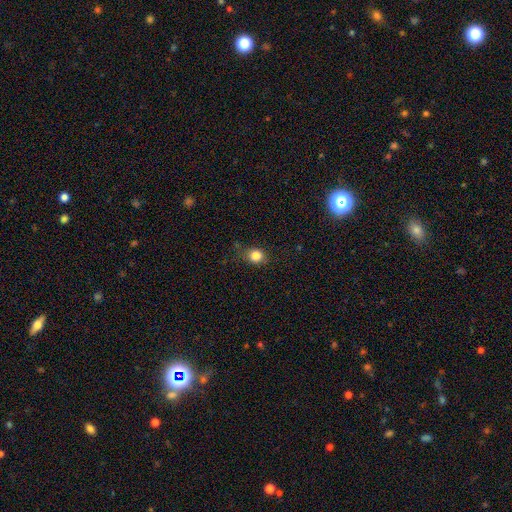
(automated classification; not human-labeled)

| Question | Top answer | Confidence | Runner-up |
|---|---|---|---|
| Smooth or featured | smooth | 83% | star or artifact (11%) |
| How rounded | round | 72% | in between (27%) |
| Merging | none | 74% | minor disturbance (19%) |